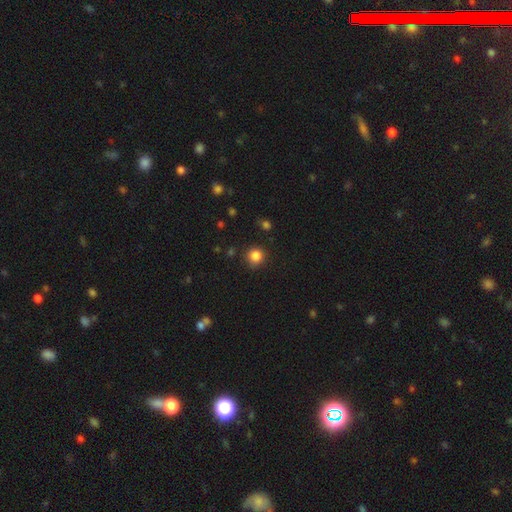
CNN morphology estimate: A smooth galaxy with no disk features (84%) that is round (92%).

Vote fractions:
- Smooth or featured? smooth: 84% / star or artifact: 12% / featured or disk: 4%
- How rounded? round: 92% / in between: 7% / cigar-shaped: 1%
- Merging? none: 87% / minor disturbance: 9% / major disturbance: 3% / merger: 2%